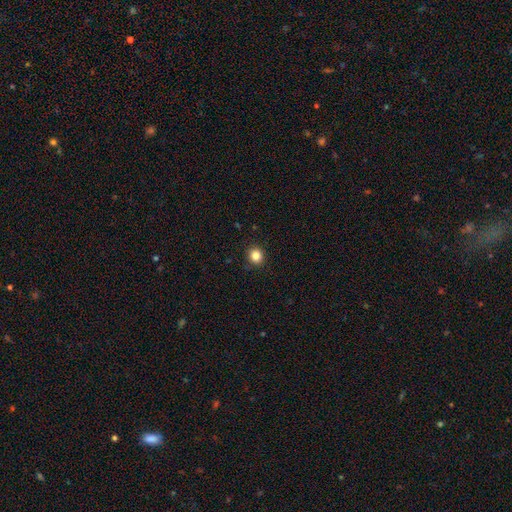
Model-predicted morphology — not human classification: Smooth or featured: smooth — 84% (star or artifact — 11%)
How rounded: round — 85% (in between — 14%)
Merging: none — 90% (minor disturbance — 7%)